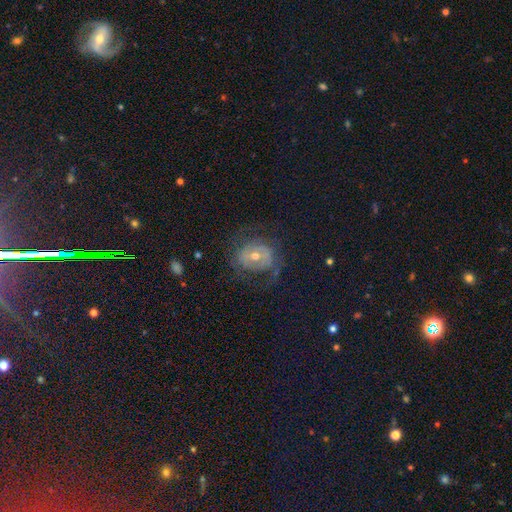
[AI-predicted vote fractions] smooth-or-featured: featured or disk: 64% | smooth: 24% | star or artifact: 12%
  disk-edge-on: no: 96% | yes: 4%
    bar: no: 57% | weak: 30% | strong: 13%
    has-spiral-arms: yes: 63% | no: 37%
    bulge-size: moderate: 60% | small: 35% | large: 3% | none: 1% | dominant: 1%
  merging: none: 61% | major disturbance: 19% | minor disturbance: 18% | merger: 2%